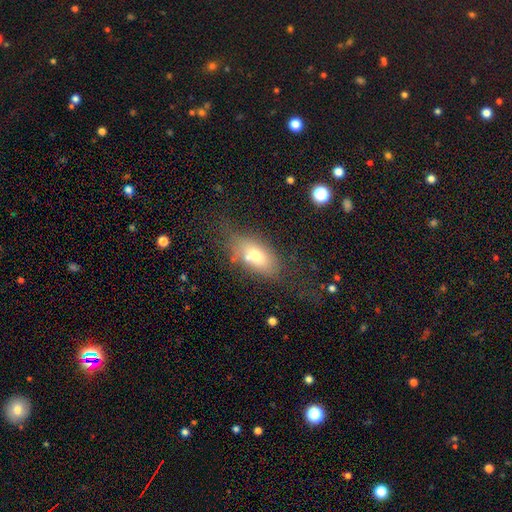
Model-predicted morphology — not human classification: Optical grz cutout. It shows a smooth galaxy with no disk features (68%) that is in between round and cigar-shaped (85%). Merging: none (55%).